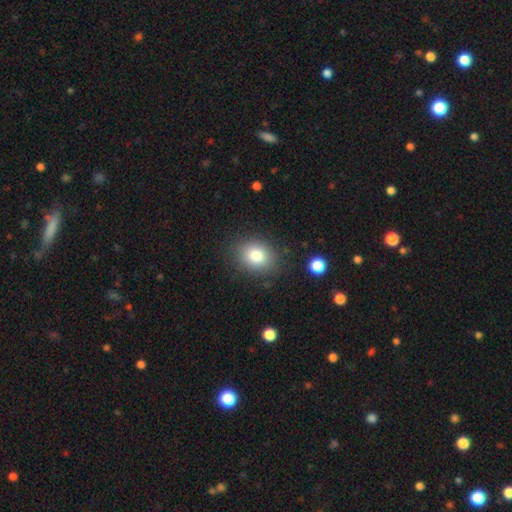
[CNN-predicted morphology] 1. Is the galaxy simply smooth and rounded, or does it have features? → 80% smooth, 11% star or artifact, 9% featured or disk.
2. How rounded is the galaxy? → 55% round, 44% in between, 1% cigar-shaped.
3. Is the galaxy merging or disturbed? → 86% none, 9% minor disturbance, 3% major disturbance, 1% merger.